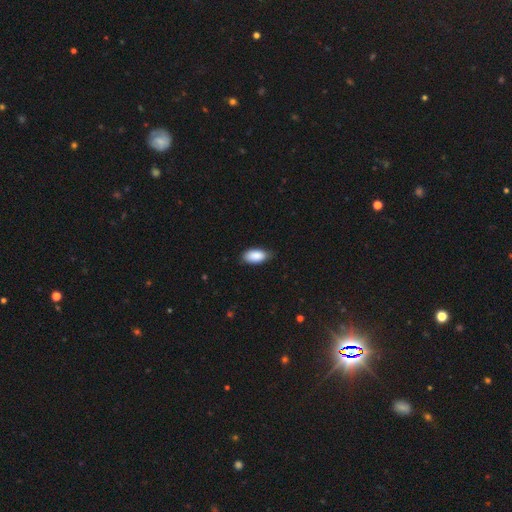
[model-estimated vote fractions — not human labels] Smooth or featured? smooth (89%)
How rounded? in between (94%)
Merging? none (78%)